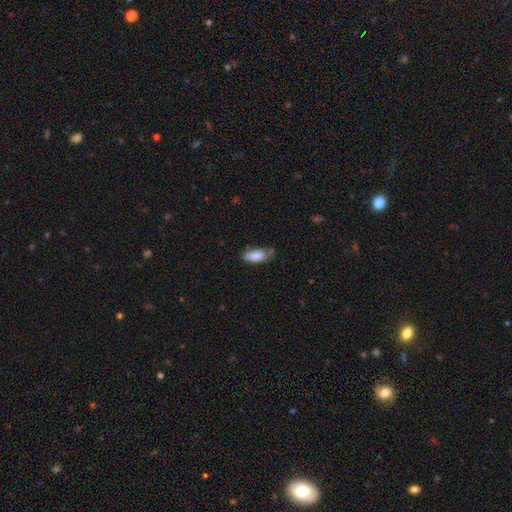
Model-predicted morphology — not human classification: Smooth or featured?
  - smooth: 85% *
  - featured or disk: 8%
  - star or artifact: 7%
How rounded?
  - in between: 80% *
  - cigar-shaped: 18%
  - round: 2%
Merging?
  - none: 53% *
  - minor disturbance: 35%
  - major disturbance: 9%
  - merger: 3%